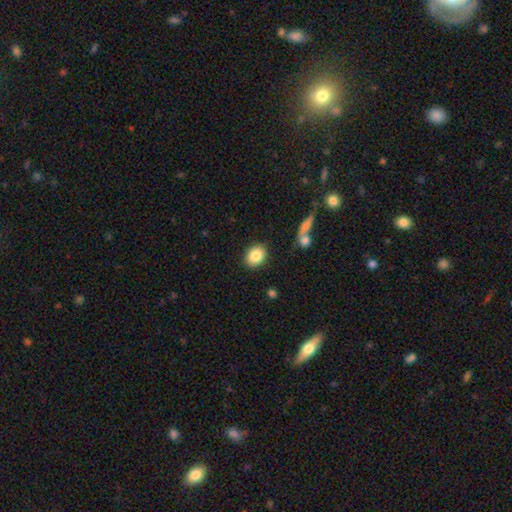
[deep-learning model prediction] A smooth galaxy with no disk features (84%) that is in between round and cigar-shaped (56%). Merging: none (87%).